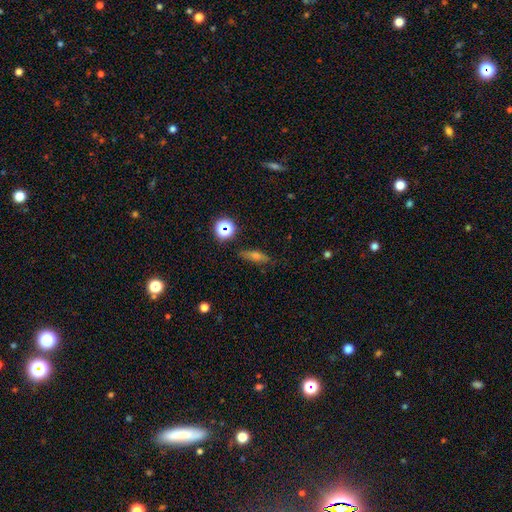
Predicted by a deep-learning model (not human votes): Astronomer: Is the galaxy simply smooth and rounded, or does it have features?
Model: smooth — 48% (runner-up: featured or disk, 31%).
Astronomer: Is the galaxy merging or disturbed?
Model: none — 83%.